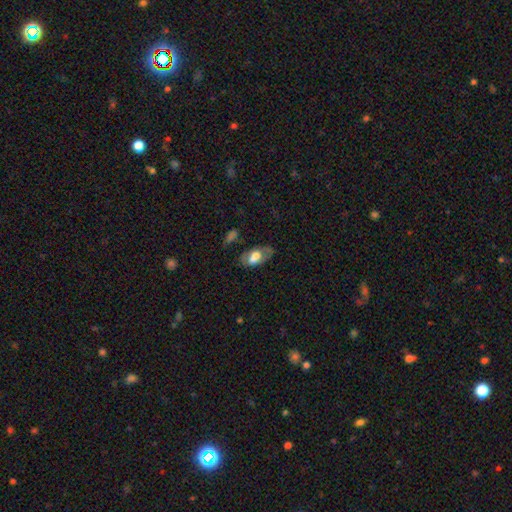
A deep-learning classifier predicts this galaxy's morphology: This is possibly a smooth galaxy (55%). How rounded: clearly in between (90%). Merging: possibly none (59%).